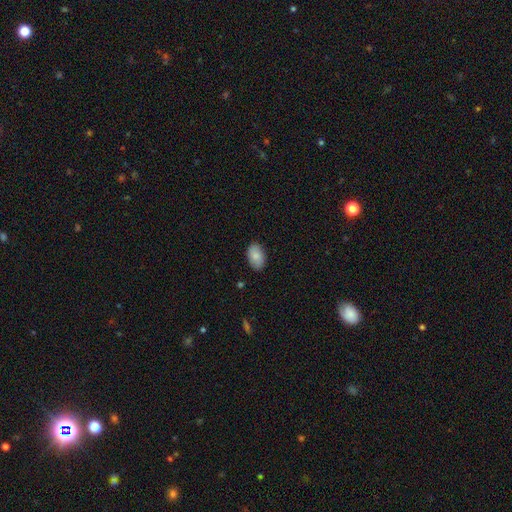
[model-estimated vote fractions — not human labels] A smooth galaxy with no disk features (84%) that is in between round and cigar-shaped (92%).

Vote fractions:
- Smooth or featured? smooth: 84% / featured or disk: 9% / star or artifact: 7%
- How rounded? in between: 92% / round: 7% / cigar-shaped: 1%
- Merging? none: 86% / minor disturbance: 11% / major disturbance: 2% / merger: 1%